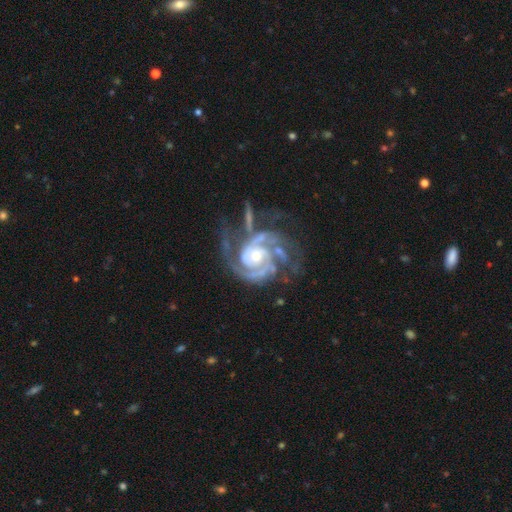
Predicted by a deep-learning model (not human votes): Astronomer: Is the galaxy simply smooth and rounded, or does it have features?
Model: featured or disk — 93%.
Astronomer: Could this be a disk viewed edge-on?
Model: no — 98%.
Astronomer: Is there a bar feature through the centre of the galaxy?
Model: no — 66%.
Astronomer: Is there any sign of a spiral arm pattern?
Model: yes — 98%.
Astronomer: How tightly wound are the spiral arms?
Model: tight — 63%.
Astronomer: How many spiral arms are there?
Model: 2 — 40% (runner-up: 3, 31%).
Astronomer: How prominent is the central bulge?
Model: moderate — 52% (runner-up: small, 41%).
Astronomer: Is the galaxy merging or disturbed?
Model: none — 46% (runner-up: major disturbance, 23%).